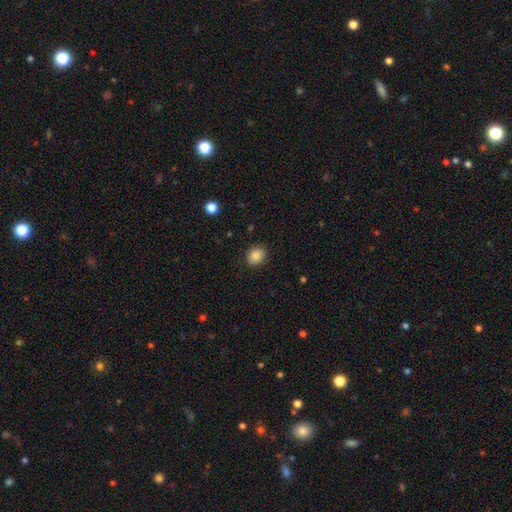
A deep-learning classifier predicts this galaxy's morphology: The model was most divided on "how rounded": round: 58%, in between: 41%, cigar-shaped: 1%. More confident: merging — none (88%); smooth or featured — smooth (87%).